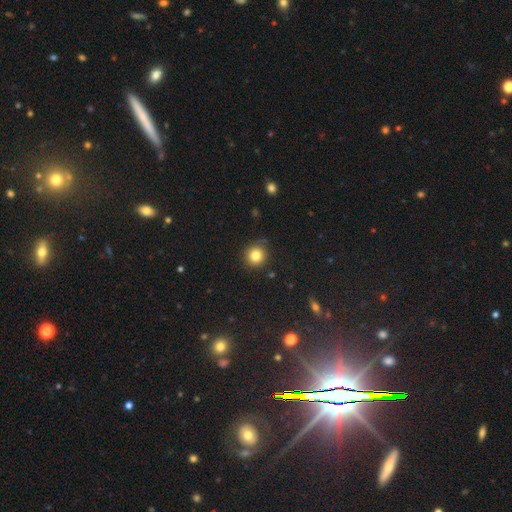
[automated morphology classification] The model was most divided on "smooth or featured": smooth: 82%, star or artifact: 12%, featured or disk: 7%. More confident: how rounded — round (93%); merging — none (86%).